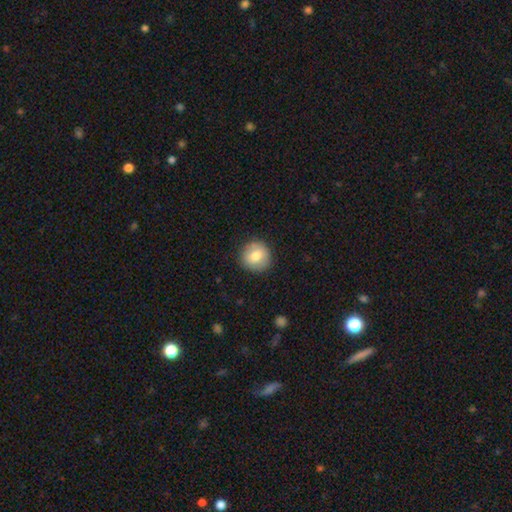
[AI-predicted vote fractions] A smooth galaxy with no disk features (78%) that is round (93%). Merging: none (87%).